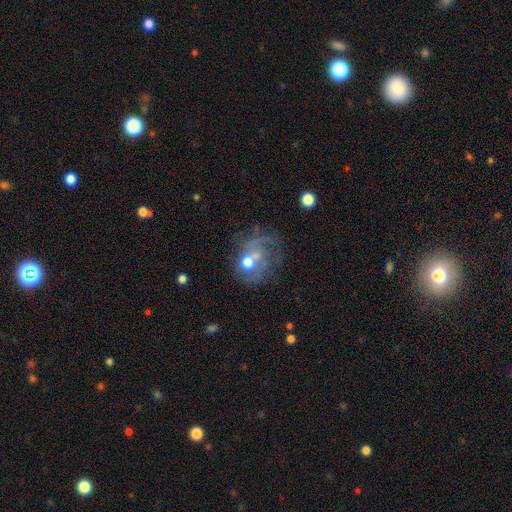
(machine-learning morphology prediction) Smooth or featured: featured or disk — 56% (smooth — 29%)
Edge-on disk: no — 97% (yes — 3%)
Bar: no — 78% (weak — 18%)
Spiral arms: yes — 53% (no — 47%)
Bulge size: moderate — 64% (small — 21%)
Merging: none — 34% (major disturbance — 33%)